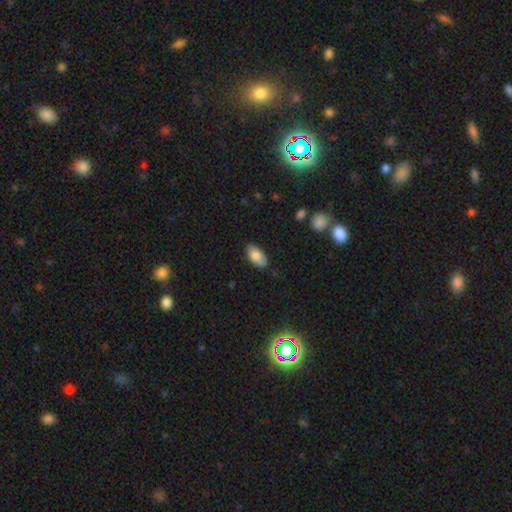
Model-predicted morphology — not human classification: This appears to be a smooth galaxy with no disk features (80%) that is in between round and cigar-shaped (94%). Merging: none (81%).